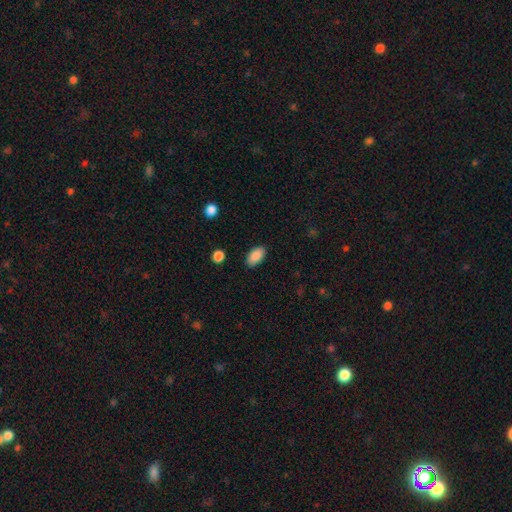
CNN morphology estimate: type=smooth (89%); roundness=in between (93%); merging=none (86%).